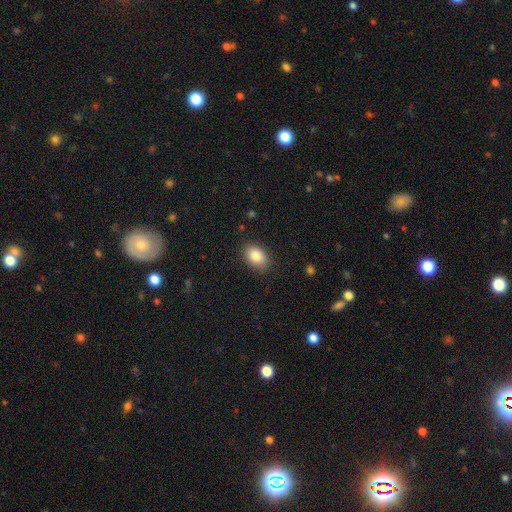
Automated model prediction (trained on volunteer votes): This is clearly a smooth galaxy (86%). How rounded: clearly in between (83%). Merging: clearly none (85%).